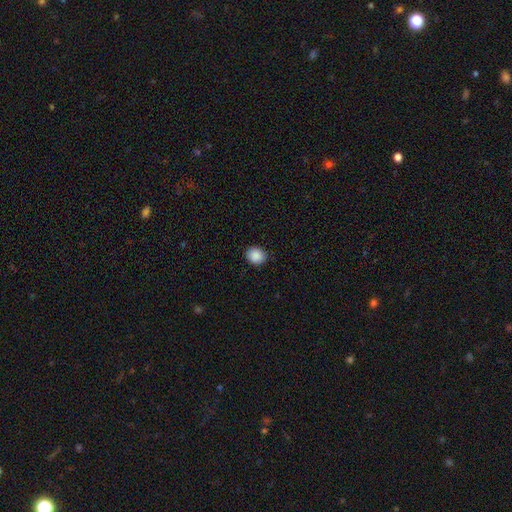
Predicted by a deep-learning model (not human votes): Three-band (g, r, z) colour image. It shows a smooth galaxy with no disk features (89%) that is round (67%). Merging: none (87%).